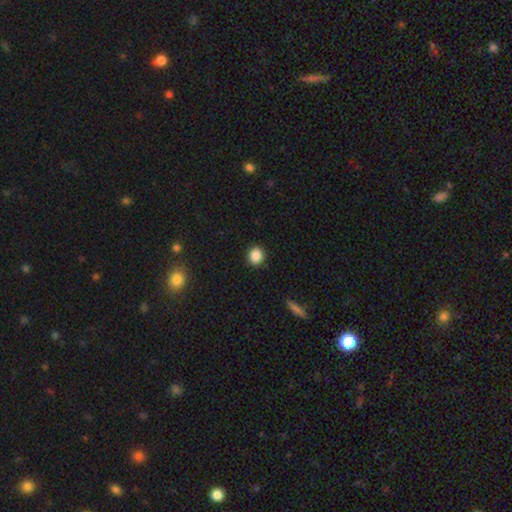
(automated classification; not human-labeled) Overall: smooth (87%). How rounded: round (81%). Merging: none (90%).